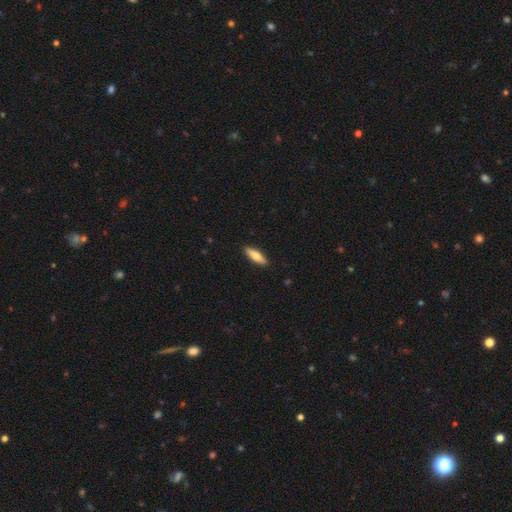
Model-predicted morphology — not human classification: Smooth or featured? Predicted: smooth (p=0.71). How rounded? Predicted: cigar-shaped (p=0.57). Merging? Predicted: none (p=0.90).